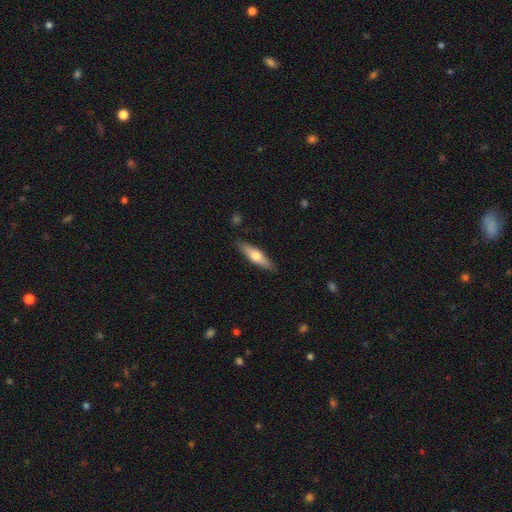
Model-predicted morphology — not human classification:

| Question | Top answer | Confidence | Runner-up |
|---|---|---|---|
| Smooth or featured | smooth | 55% | featured or disk (40%) |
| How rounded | cigar-shaped | 61% | in between (37%) |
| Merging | none | 87% | minor disturbance (10%) |